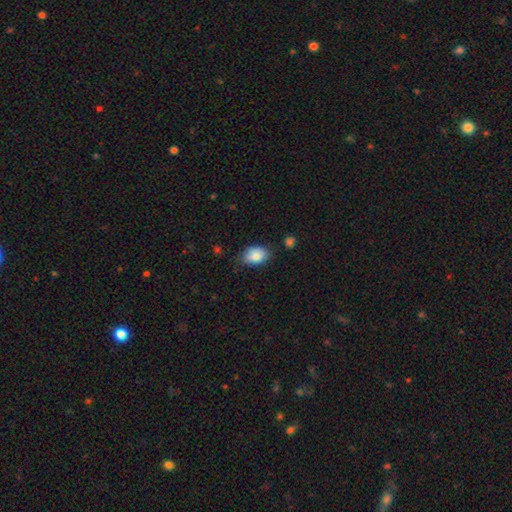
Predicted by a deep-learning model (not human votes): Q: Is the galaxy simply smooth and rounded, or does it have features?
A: smooth — 86%.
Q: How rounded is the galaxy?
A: in between — 86%.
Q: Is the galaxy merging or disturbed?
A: none — 69%.